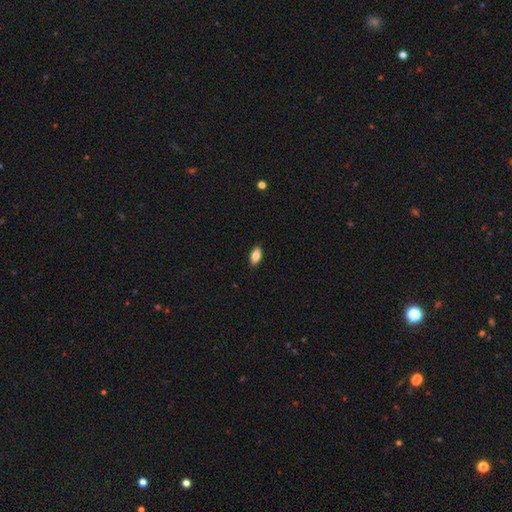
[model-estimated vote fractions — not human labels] Smooth or featured: smooth — 83% (featured or disk — 10%)
How rounded: in between — 90% (cigar-shaped — 7%)
Merging: none — 89% (minor disturbance — 8%)